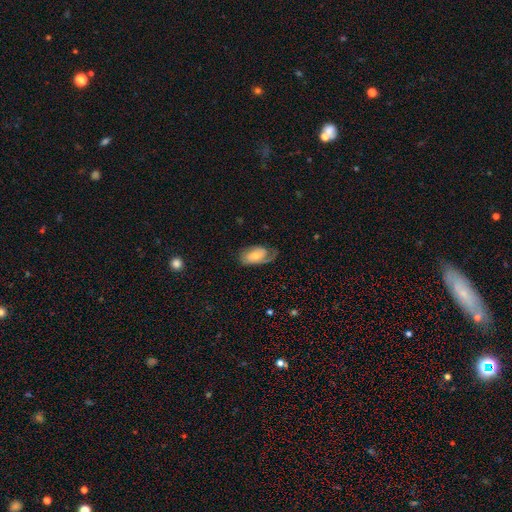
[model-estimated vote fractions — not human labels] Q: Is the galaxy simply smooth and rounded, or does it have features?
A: featured or disk — 58%.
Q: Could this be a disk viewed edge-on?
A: no — 95%.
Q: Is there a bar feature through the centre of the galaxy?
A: no — 58%.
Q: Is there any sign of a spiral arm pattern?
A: yes — 89%.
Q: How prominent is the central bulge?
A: small — 49%.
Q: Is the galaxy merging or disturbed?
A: none — 55%.